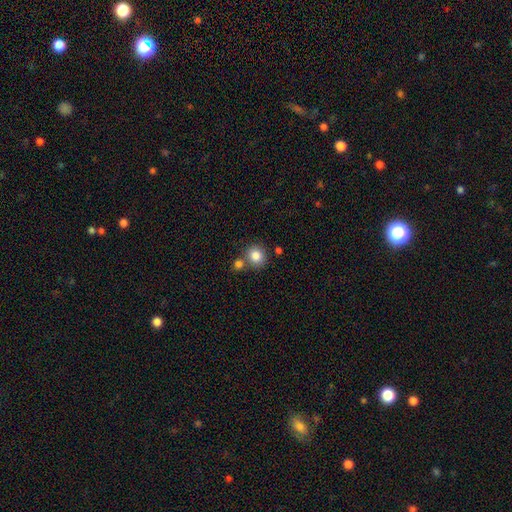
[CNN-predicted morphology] A smooth galaxy with no disk features (83%) that is round (85%). Merging: none (67%).